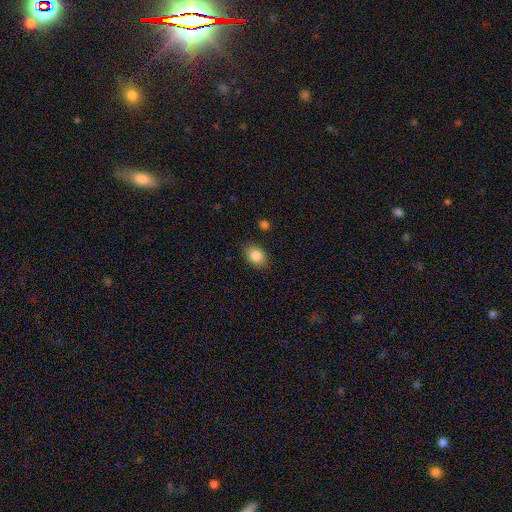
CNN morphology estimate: The model was most divided on "how rounded": in between: 79%, round: 20%, cigar-shaped: 1%. More confident: merging — none (86%); smooth or featured — smooth (86%).